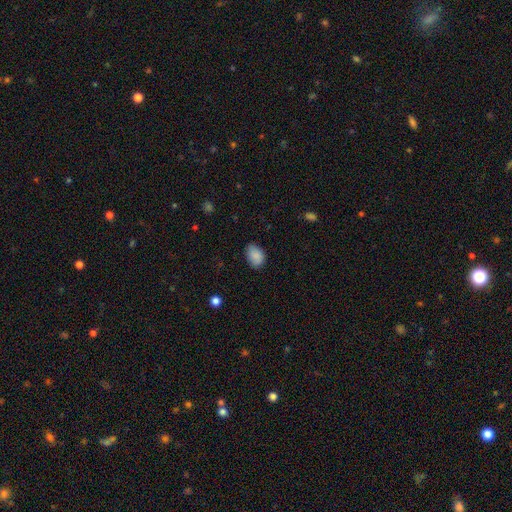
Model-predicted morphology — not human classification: smooth-or-featured: smooth: 88% | star or artifact: 7% | featured or disk: 5%
  how-rounded: in between: 81% | round: 18% | cigar-shaped: 1%
  merging: none: 76% | minor disturbance: 19% | major disturbance: 4% | merger: 1%